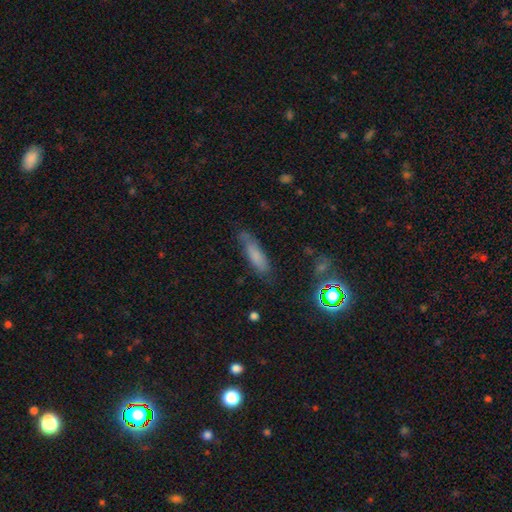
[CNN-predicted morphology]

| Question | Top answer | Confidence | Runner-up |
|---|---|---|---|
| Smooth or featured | smooth | 68% | featured or disk (19%) |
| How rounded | cigar-shaped | 64% | in between (34%) |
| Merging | none | 67% | minor disturbance (24%) |